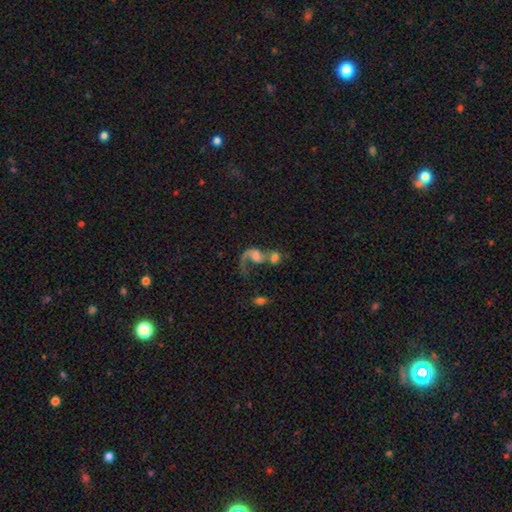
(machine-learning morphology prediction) Q: Smooth or featured?
A: featured or disk (62%); runner-up: smooth (28%)
Q: Edge-on disk?
A: no (96%); runner-up: yes (4%)
Q: Bar?
A: no (65%); runner-up: weak (28%)
Q: Spiral arms?
A: yes (80%); runner-up: no (20%)
Q: Bulge size?
A: moderate (31%); runner-up: none (23%)
Q: Merging?
A: merger (63%); runner-up: major disturbance (19%)